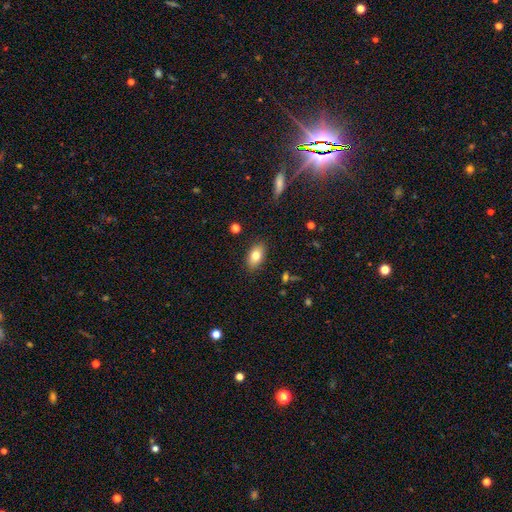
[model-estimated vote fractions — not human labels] Morphology: type=smooth (79%); roundness=in between (90%); merging=none (87%).